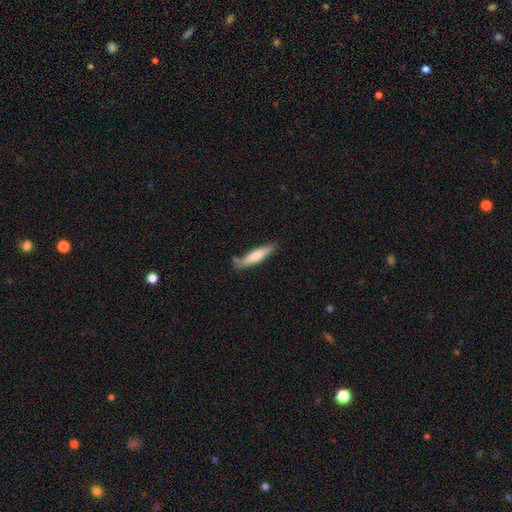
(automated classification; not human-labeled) A smooth galaxy with no disk features (73%) that is cigar-shaped (83%). Merging: none (69%).